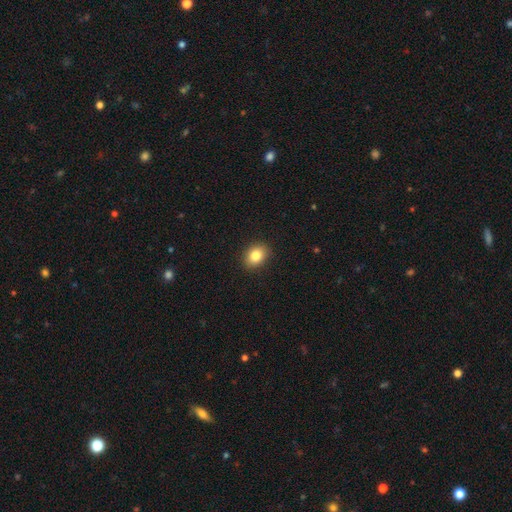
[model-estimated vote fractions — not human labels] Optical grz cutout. It shows a smooth galaxy with no disk features (83%) that is in between round and cigar-shaped (58%). Merging: none (90%).